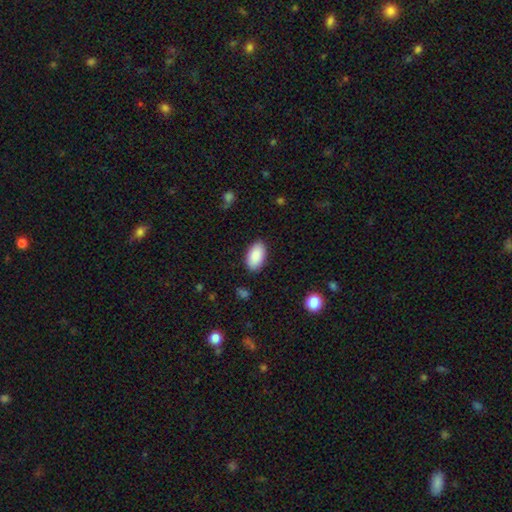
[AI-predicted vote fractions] smooth-or-featured: smooth: 89% | star or artifact: 6% | featured or disk: 4%
  how-rounded: in between: 95% | round: 4% | cigar-shaped: 1%
  merging: none: 87% | minor disturbance: 10% | major disturbance: 2% | merger: 1%